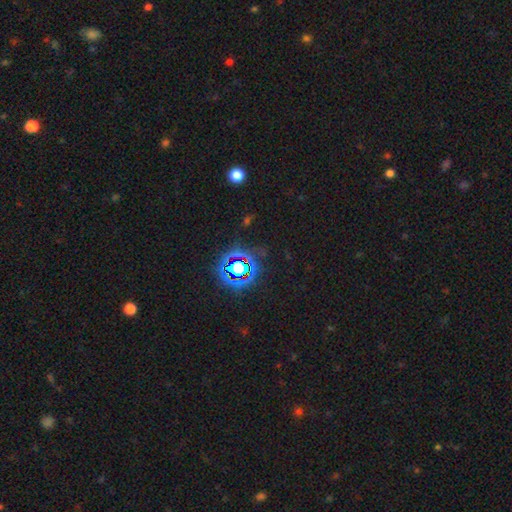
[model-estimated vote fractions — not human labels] Smooth or featured? star or artifact (72%)